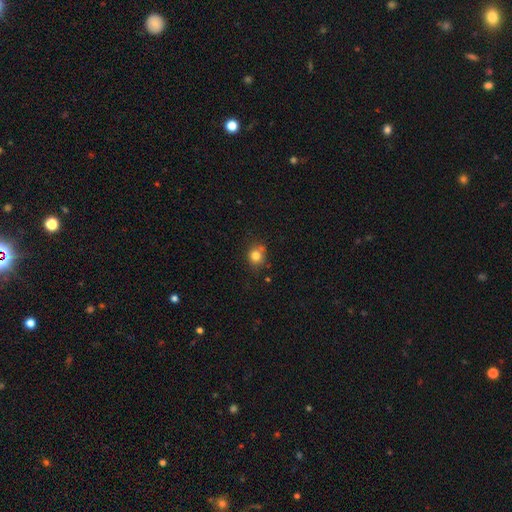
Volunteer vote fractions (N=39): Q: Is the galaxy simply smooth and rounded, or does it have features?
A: smooth — 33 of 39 (85%).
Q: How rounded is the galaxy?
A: round — 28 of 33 (85%).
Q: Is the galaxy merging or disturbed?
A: none — 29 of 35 (83%).